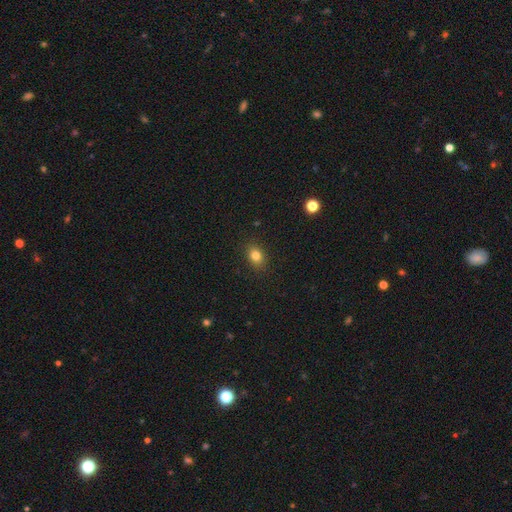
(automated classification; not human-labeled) smooth-or-featured: smooth: 81% | star or artifact: 12% | featured or disk: 7%
  how-rounded: in between: 64% | round: 35% | cigar-shaped: 1%
  merging: none: 88% | minor disturbance: 9% | major disturbance: 2% | merger: 1%